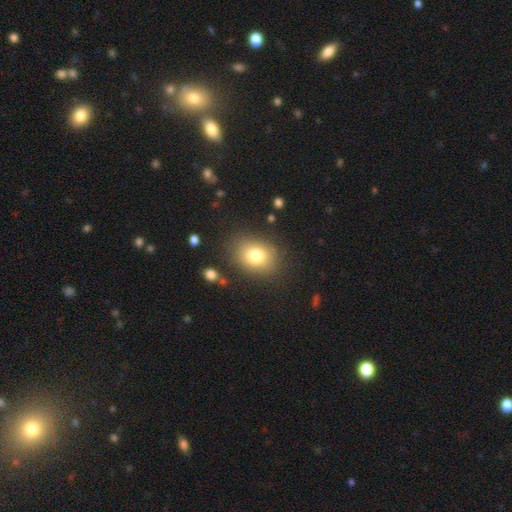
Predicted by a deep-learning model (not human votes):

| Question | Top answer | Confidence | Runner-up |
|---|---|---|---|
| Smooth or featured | smooth | 79% | star or artifact (11%) |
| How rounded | in between | 54% | round (46%) |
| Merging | none | 81% | minor disturbance (12%) |